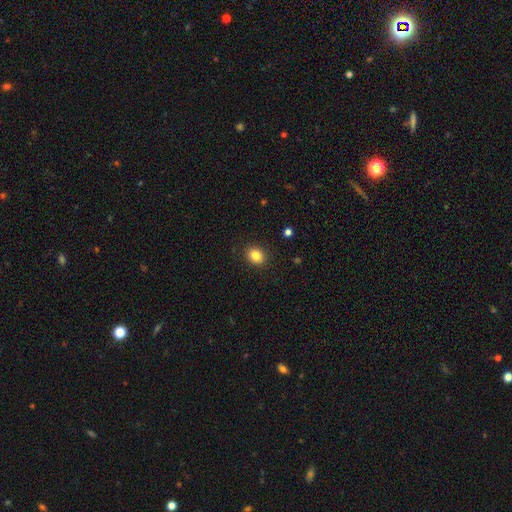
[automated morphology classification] Smooth or featured: smooth — 84% (star or artifact — 10%)
How rounded: round — 52% (in between — 47%)
Merging: none — 90% (minor disturbance — 7%)